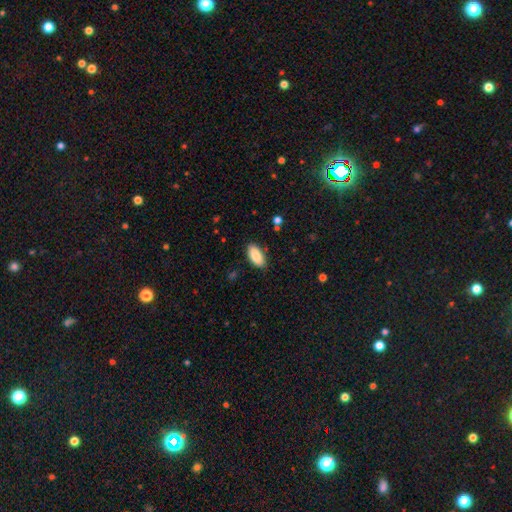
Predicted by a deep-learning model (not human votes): The model was most divided on "merging": none: 86%, minor disturbance: 10%, major disturbance: 2%, merger: 1%. More confident: how rounded — in between (90%); smooth or featured — smooth (88%).